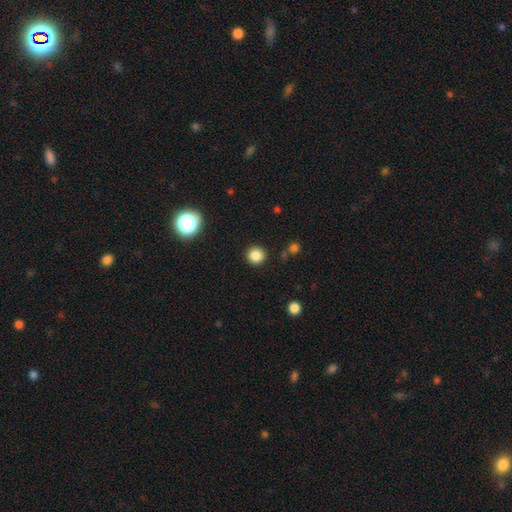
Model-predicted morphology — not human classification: This appears to be a smooth galaxy with no disk features (84%) that is round (95%). Merging: none (90%).